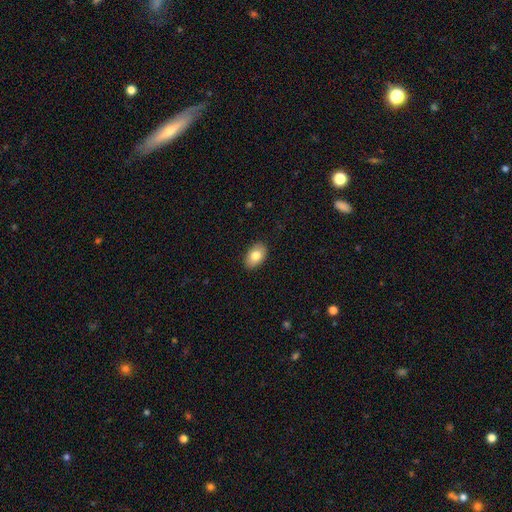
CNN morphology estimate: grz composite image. It shows a smooth galaxy with no disk features (80%) that is in between round and cigar-shaped (88%). Merging: none (88%).